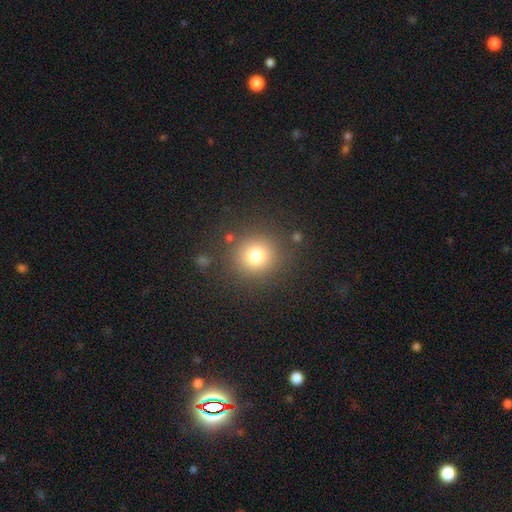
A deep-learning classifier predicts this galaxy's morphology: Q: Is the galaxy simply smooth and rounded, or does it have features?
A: smooth — 77%.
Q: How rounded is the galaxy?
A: round — 92%.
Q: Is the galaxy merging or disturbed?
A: none — 86%.